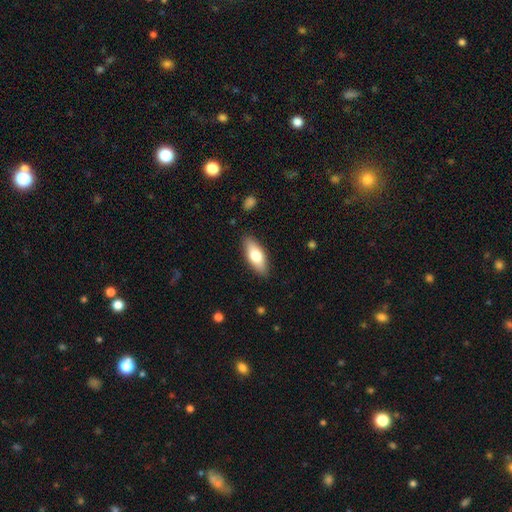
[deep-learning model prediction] Q: Smooth or featured?
A: smooth (72%); runner-up: featured or disk (22%)
Q: How rounded?
A: in between (75%); runner-up: cigar-shaped (23%)
Q: Merging?
A: none (87%); runner-up: minor disturbance (9%)